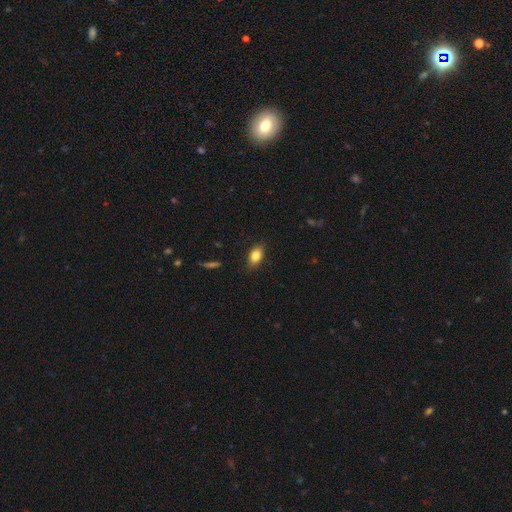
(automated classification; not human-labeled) smooth_or_featured: smooth (p=0.82) [alt: featured or disk p=0.09]
how_rounded: in between (p=0.86) [alt: round p=0.11]
merging: none (p=0.83) [alt: minor disturbance p=0.13]